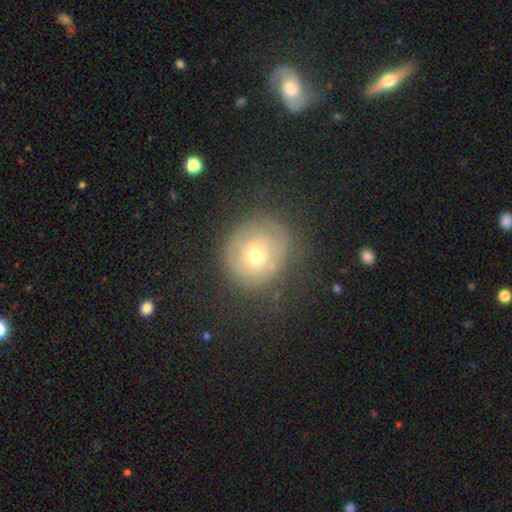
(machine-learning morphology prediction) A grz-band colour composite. It shows a smooth galaxy with no disk features (49%). Merging: none (72%).